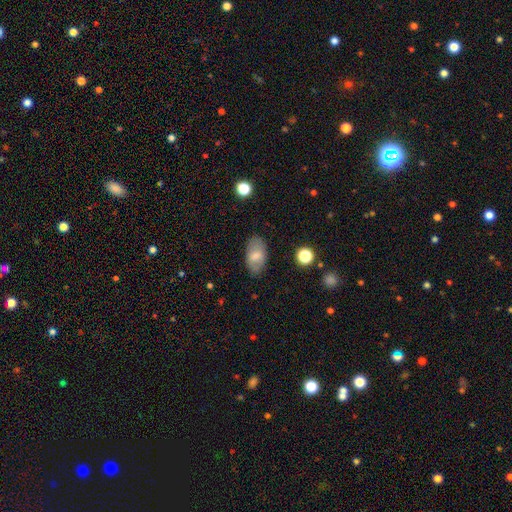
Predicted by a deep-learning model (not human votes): This is likely a smooth galaxy (70%). How rounded: clearly in between (93%). Merging: clearly none (81%).